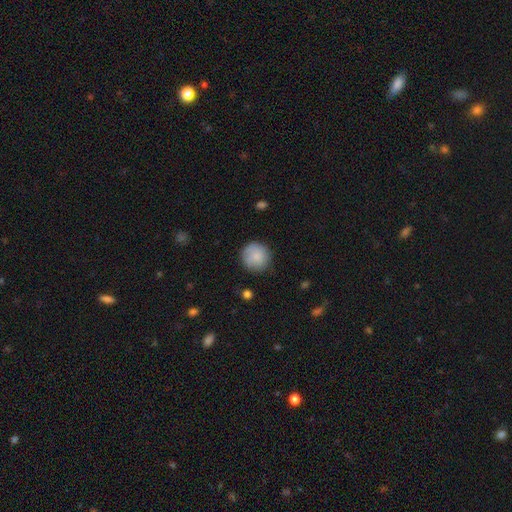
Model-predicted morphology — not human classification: Smooth or featured: smooth — 82% (featured or disk — 11%)
How rounded: round — 94% (in between — 5%)
Merging: none — 82% (minor disturbance — 13%)